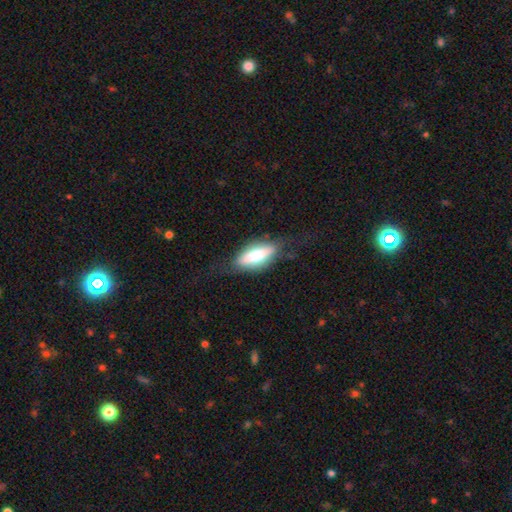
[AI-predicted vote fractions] smooth 59%, featured or disk 34%, star or artifact 6%. Down the decision tree: how rounded — in between (68%); merging — none (67%).